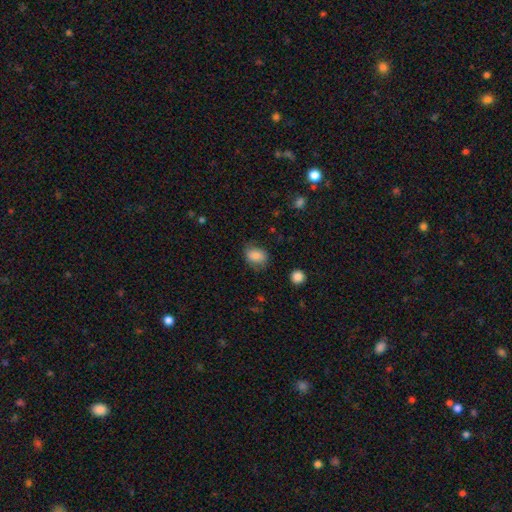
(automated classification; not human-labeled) Smooth or featured: smooth — 80% (featured or disk — 11%)
How rounded: in between — 63% (round — 36%)
Merging: none — 66% (minor disturbance — 24%)